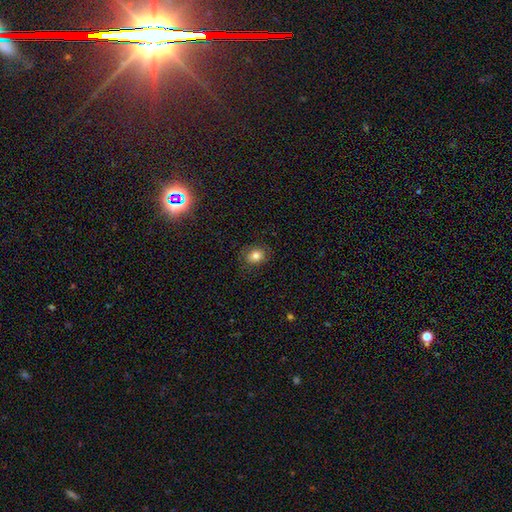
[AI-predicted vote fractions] This is likely a smooth galaxy (80%). How rounded: possibly round (52%). Merging: clearly none (80%).